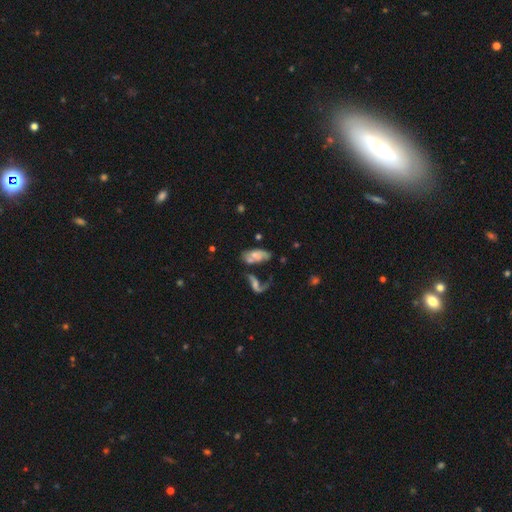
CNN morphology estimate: smooth_or_featured: featured or disk (p=0.47) [alt: smooth p=0.44]
merging: merger (p=0.35) [alt: none p=0.29]